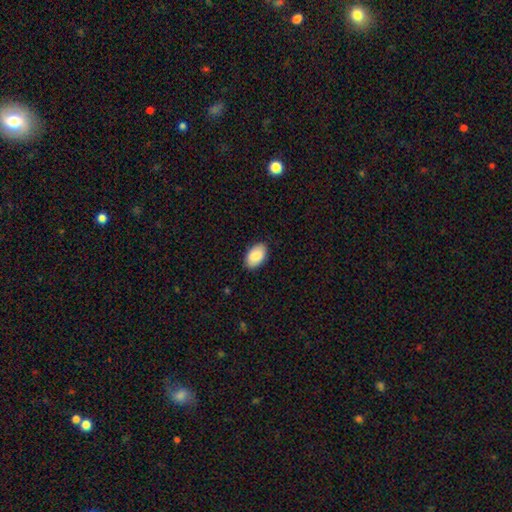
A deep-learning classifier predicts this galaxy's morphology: A smooth galaxy with no disk features (88%) that is in between round and cigar-shaped (94%). Merging: none (87%).